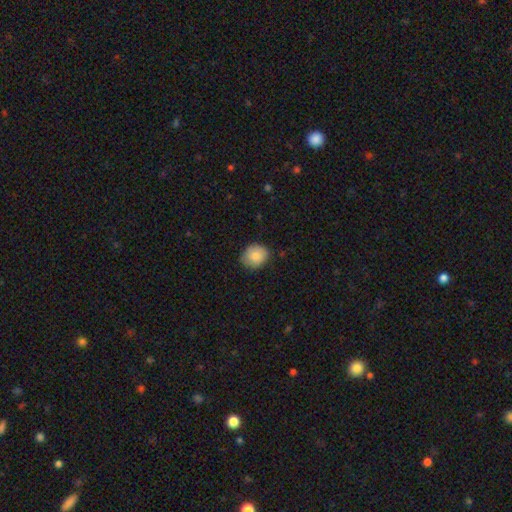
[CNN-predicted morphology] Smooth or featured? smooth (83%)
How rounded? round (63%)
Merging? none (75%)